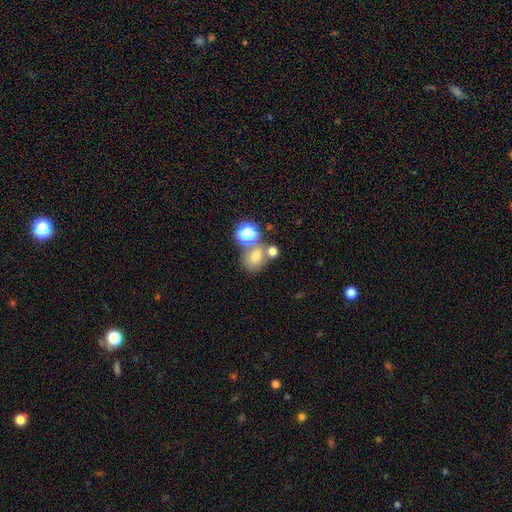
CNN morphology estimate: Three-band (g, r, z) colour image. It shows a smooth galaxy with no disk features (67%) that is round (57%). Merging: none (50%).